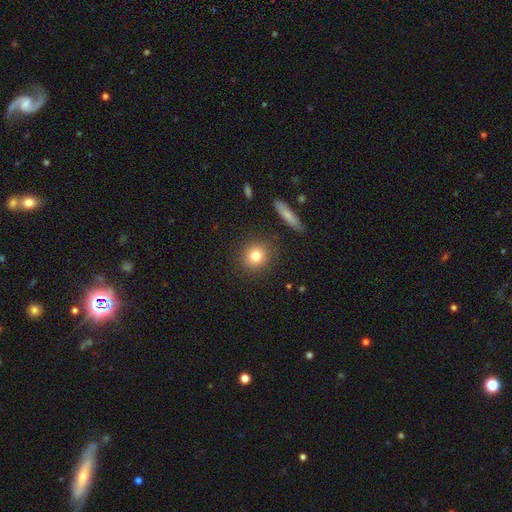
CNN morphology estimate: Smooth or featured?
  - smooth: 81% *
  - star or artifact: 10%
  - featured or disk: 9%
How rounded?
  - round: 87% *
  - in between: 12%
  - cigar-shaped: 2%
Merging?
  - none: 88% *
  - minor disturbance: 7%
  - major disturbance: 3%
  - merger: 2%